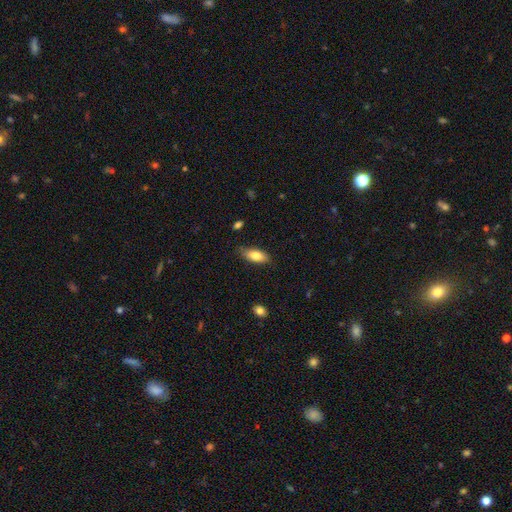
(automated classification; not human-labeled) Smooth or featured? Predicted: smooth (p=0.81). How rounded? Predicted: in between (p=0.82). Merging? Predicted: none (p=0.76).